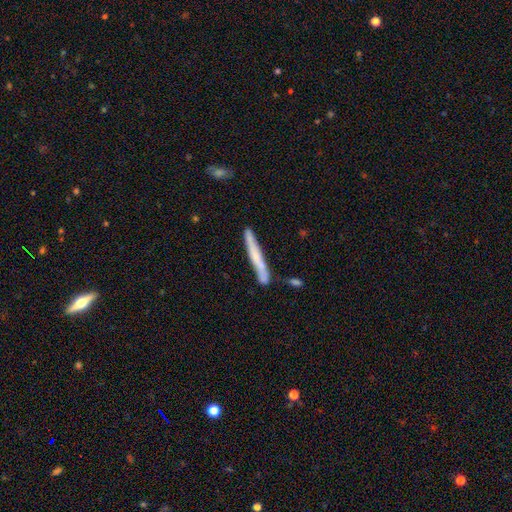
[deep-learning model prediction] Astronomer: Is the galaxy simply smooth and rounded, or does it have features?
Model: smooth — 52% (runner-up: featured or disk, 42%).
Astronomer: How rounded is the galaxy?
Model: cigar-shaped — 96%.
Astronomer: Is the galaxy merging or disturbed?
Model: none — 72%.